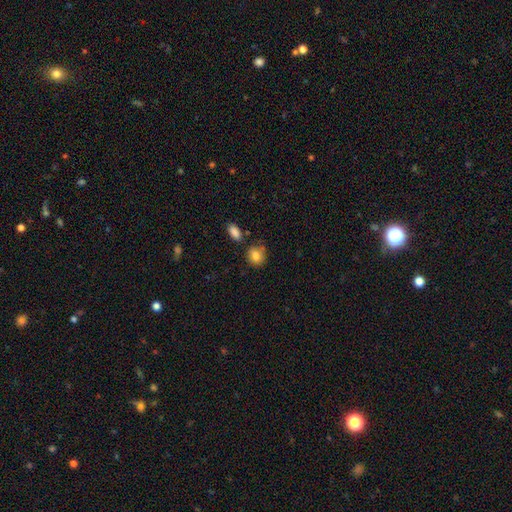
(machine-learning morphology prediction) Smooth or featured?
  - smooth: 82% *
  - featured or disk: 9%
  - star or artifact: 9%
How rounded?
  - round: 66% *
  - in between: 32%
  - cigar-shaped: 1%
Merging?
  - none: 68% *
  - minor disturbance: 20%
  - merger: 8%
  - major disturbance: 5%